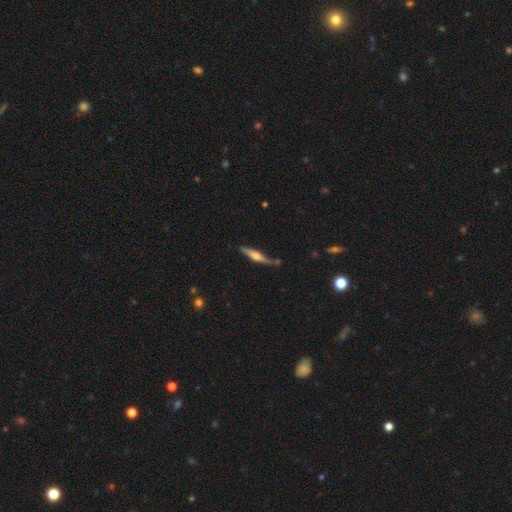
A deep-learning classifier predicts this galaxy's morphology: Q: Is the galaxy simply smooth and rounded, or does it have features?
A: featured or disk — 61%.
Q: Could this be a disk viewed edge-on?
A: yes — 95%.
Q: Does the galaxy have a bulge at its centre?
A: rounded — 83%.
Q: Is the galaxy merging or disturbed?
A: none — 73%.